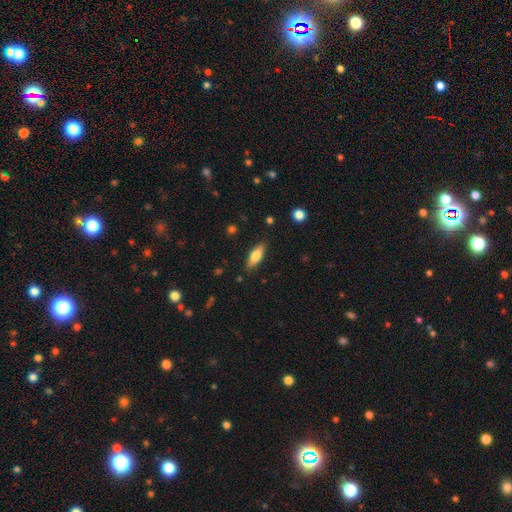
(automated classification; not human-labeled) Smooth or featured?
  - smooth: 71% *
  - featured or disk: 23%
  - star or artifact: 6%
How rounded?
  - in between: 64% *
  - cigar-shaped: 34%
  - round: 2%
Merging?
  - none: 86% *
  - minor disturbance: 10%
  - major disturbance: 2%
  - merger: 1%